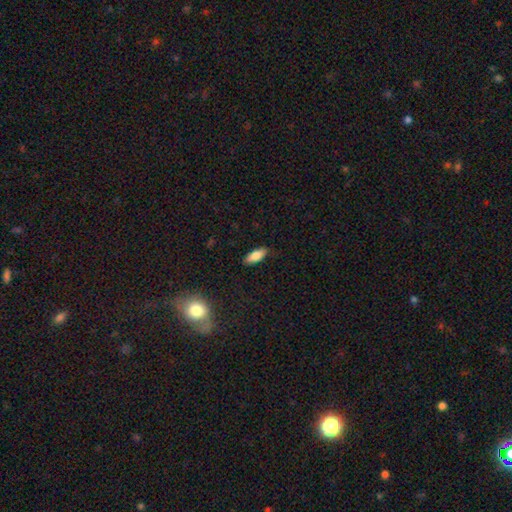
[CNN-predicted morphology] A smooth galaxy with no disk features (79%) that is in between round and cigar-shaped (77%). Merging: none (86%).